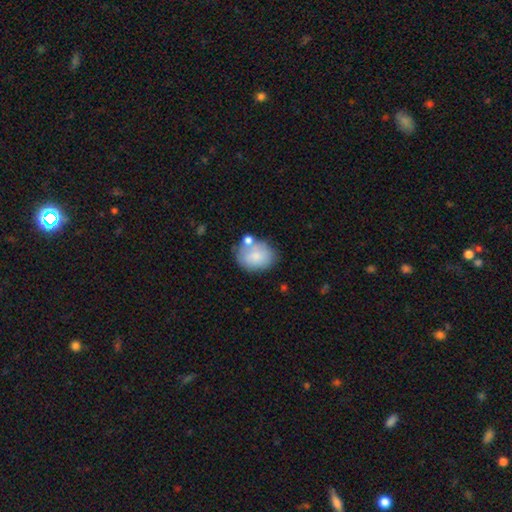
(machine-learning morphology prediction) The model was most divided on "how rounded": in between: 50%, round: 49%, cigar-shaped: 1%. More confident: smooth or featured — smooth (77%); merging — none (57%).